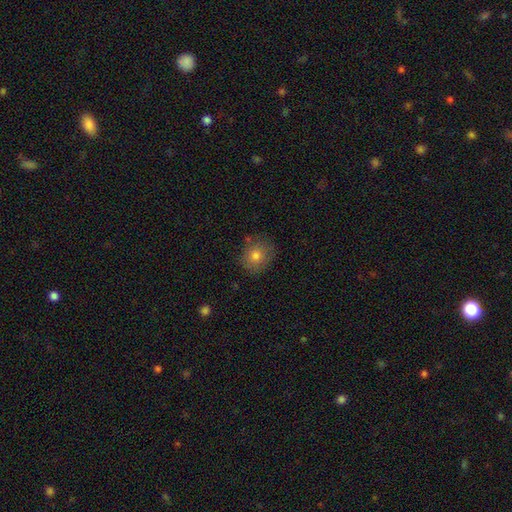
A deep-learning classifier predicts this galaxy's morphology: Q: Smooth or featured?
A: smooth (77%); runner-up: featured or disk (12%)
Q: How rounded?
A: round (79%); runner-up: in between (20%)
Q: Merging?
A: none (80%); runner-up: minor disturbance (14%)